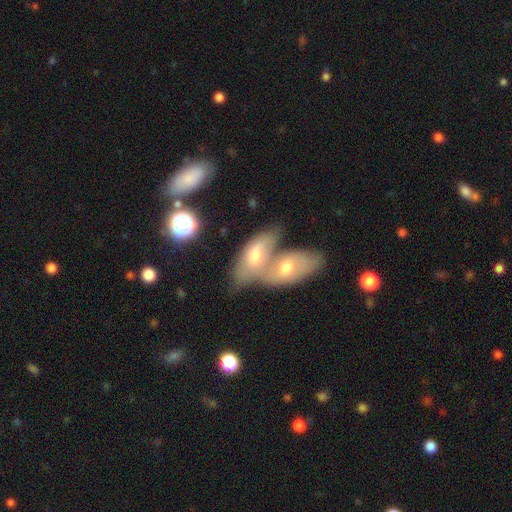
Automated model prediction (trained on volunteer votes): Smooth or featured: smooth — 52% (featured or disk — 38%)
How rounded: in between — 86% (cigar-shaped — 8%)
Merging: merger — 73% (none — 16%)